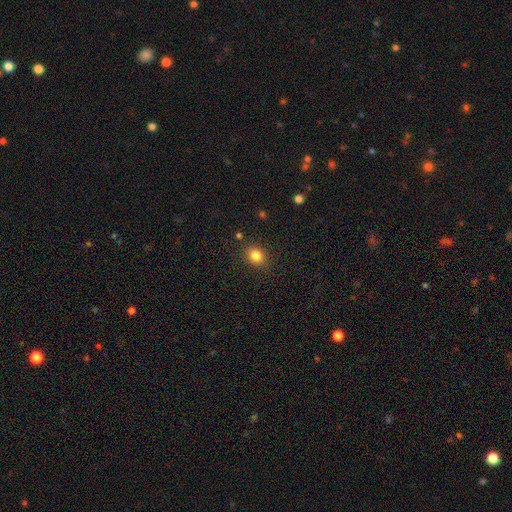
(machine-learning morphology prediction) smooth_or_featured: smooth (p=0.83) [alt: star or artifact p=0.12]
how_rounded: round (p=0.62) [alt: in between p=0.37]
merging: none (p=0.85) [alt: minor disturbance p=0.10]